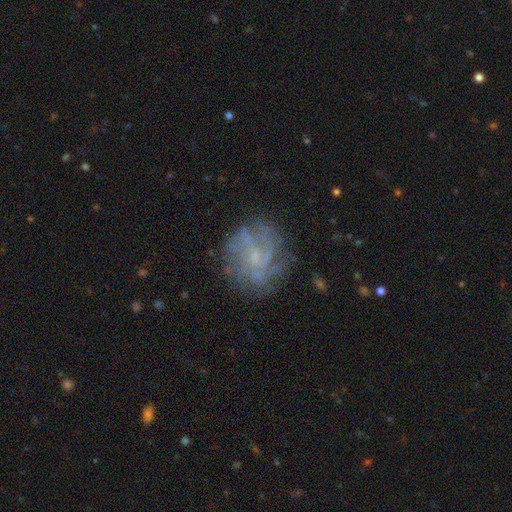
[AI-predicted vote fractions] This is likely a featured or disk galaxy (73%). It is clearly not viewed edge-on (98%). Bar: likely no (62%). Spiral arm pattern: clearly yes (84%). Spiral arm count: marginally can't tell (41%). Spiral winding: marginally tight (43%). Central bulge: likely small (67%). Merging: likely none (70%).